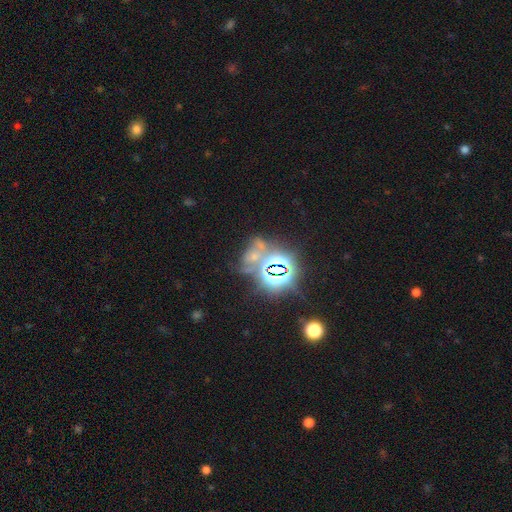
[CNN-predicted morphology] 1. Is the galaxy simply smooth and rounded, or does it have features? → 68% star or artifact, 18% smooth, 14% featured or disk.